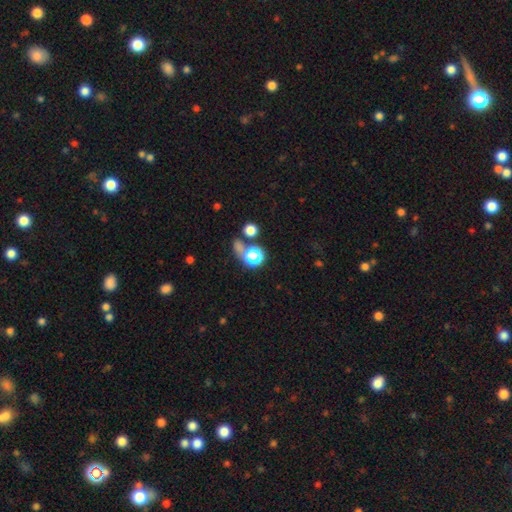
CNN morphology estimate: A smooth galaxy with no disk features (56%) that is round (86%). Merging: none (59%).